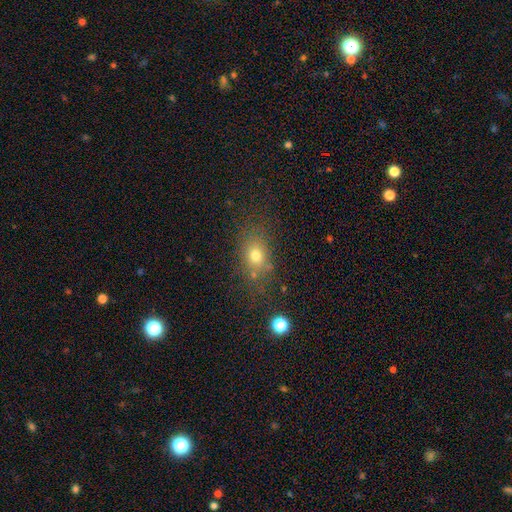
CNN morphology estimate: A smooth galaxy with no disk features (72%) that is in between round and cigar-shaped (59%).

Vote fractions:
- Smooth or featured? smooth: 72% / star or artifact: 16% / featured or disk: 12%
- How rounded? in between: 59% / round: 39% / cigar-shaped: 2%
- Merging? none: 71% / minor disturbance: 16% / major disturbance: 7% / merger: 5%